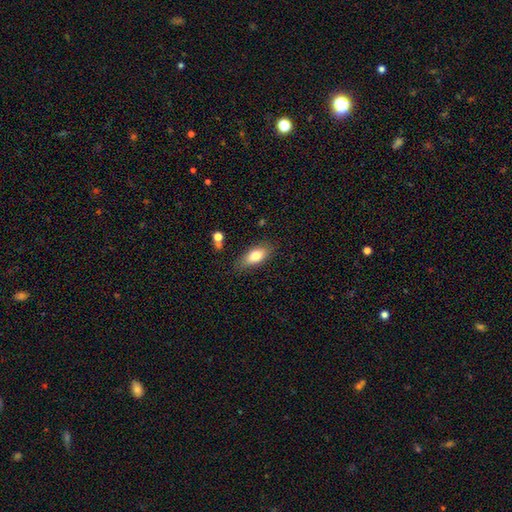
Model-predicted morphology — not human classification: The model was most divided on "merging": none: 79%, minor disturbance: 15%, major disturbance: 4%, merger: 2%. More confident: how rounded — in between (82%); smooth or featured — smooth (78%).